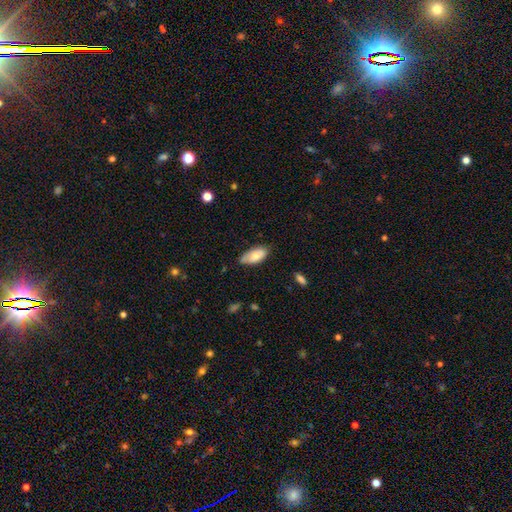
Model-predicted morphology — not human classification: This appears to be a smooth galaxy with no disk features (71%) that is in between round and cigar-shaped (91%). Merging: none (69%).